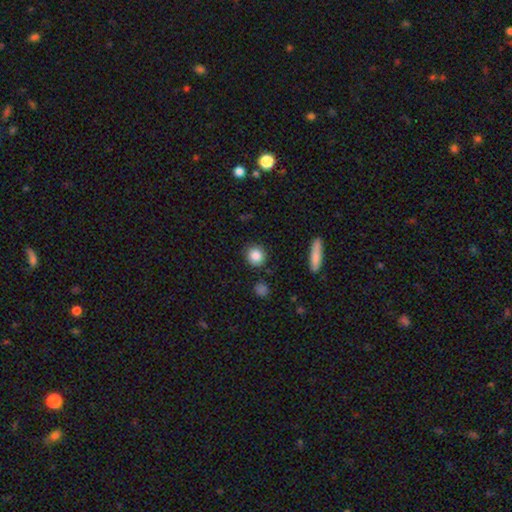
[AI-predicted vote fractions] Smooth or featured: smooth — 87% (star or artifact — 8%)
How rounded: round — 88% (in between — 10%)
Merging: none — 88% (minor disturbance — 7%)